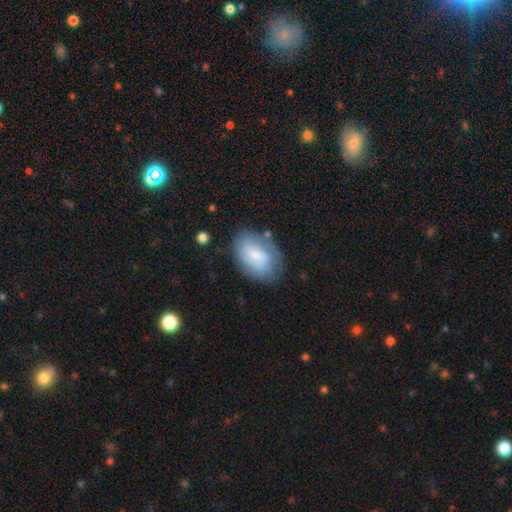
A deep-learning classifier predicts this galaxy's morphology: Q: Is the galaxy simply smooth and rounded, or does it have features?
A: smooth — 49%.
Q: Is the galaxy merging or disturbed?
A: none — 66%.